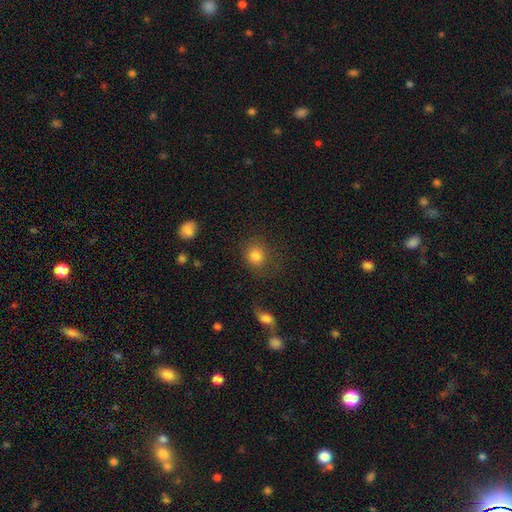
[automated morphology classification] This is clearly a smooth galaxy (83%). How rounded: clearly round (81%). Merging: likely none (75%).